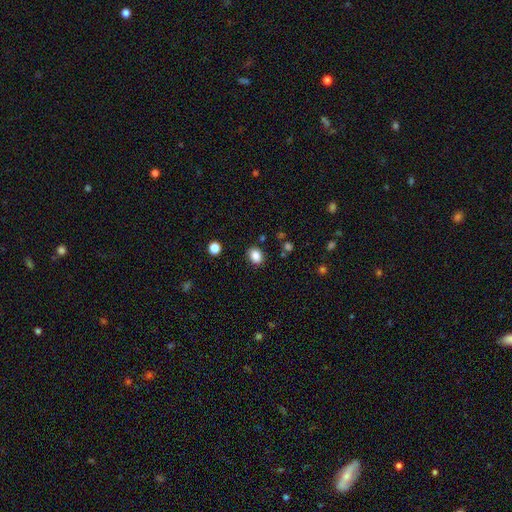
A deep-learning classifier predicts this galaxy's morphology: This appears to be a smooth galaxy with no disk features (86%) that is in between round and cigar-shaped (55%). Merging: none (85%).